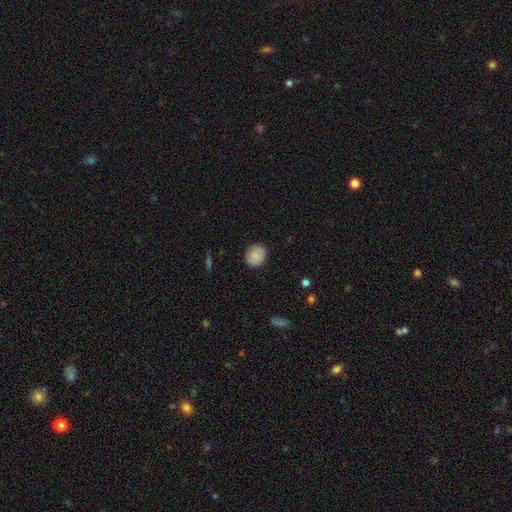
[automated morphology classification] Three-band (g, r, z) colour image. It shows a smooth galaxy with no disk features (81%) that is round (84%). Merging: none (86%).